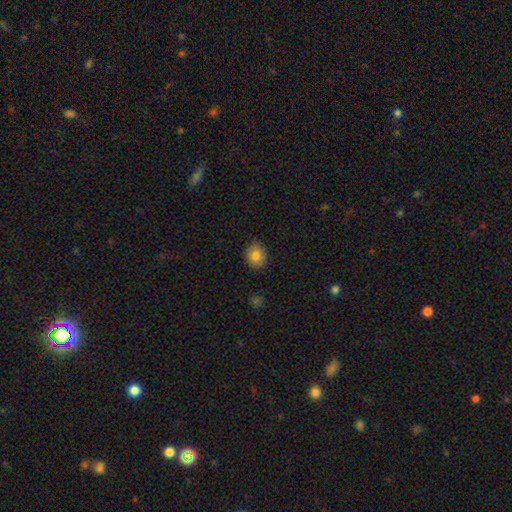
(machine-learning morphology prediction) The model was most divided on "how rounded": round: 63%, in between: 37%, cigar-shaped: 1%. More confident: merging — none (84%); smooth or featured — smooth (81%).